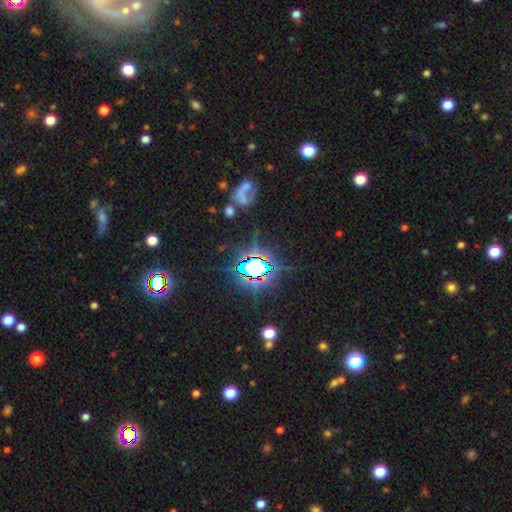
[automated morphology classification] star or artifact 74%, smooth 14%, featured or disk 12%.